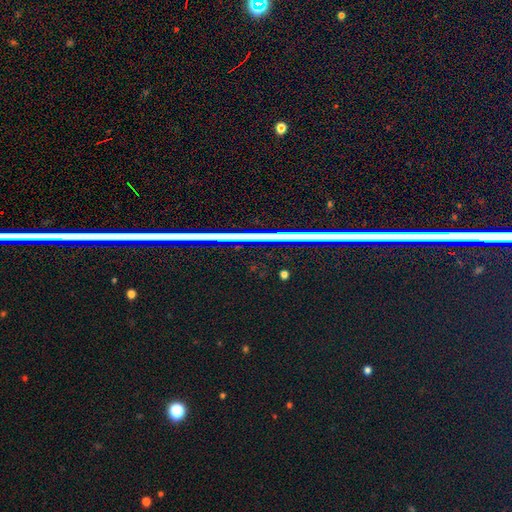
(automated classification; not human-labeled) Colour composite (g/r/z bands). It shows a star or artifact, not a galaxy (80%).